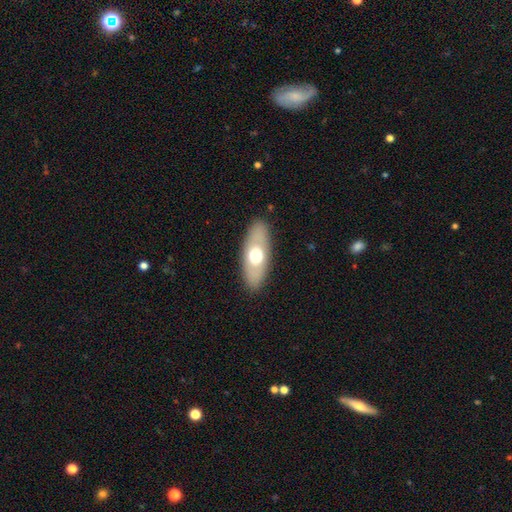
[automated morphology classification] type=smooth (60%); roundness=in between (79%); merging=none (87%).